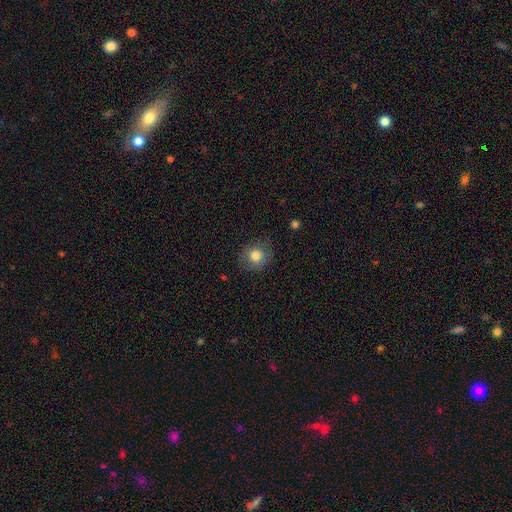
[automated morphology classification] This appears to be a smooth galaxy with no disk features (79%) that is round (82%). Merging: none (80%).